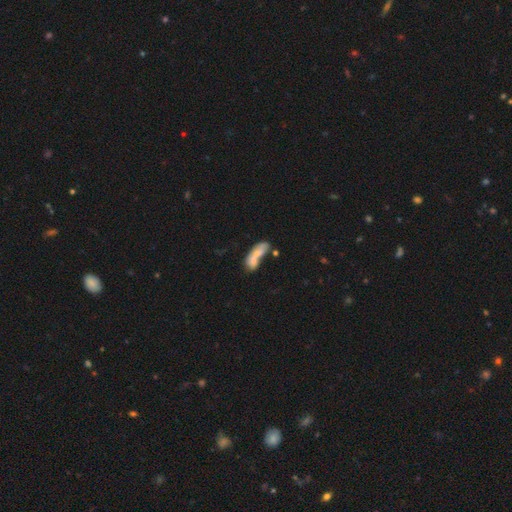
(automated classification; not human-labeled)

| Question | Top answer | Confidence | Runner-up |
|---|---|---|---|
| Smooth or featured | smooth | 64% | featured or disk (28%) |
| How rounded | in between | 71% | cigar-shaped (25%) |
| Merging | merger | 53% | none (21%) |